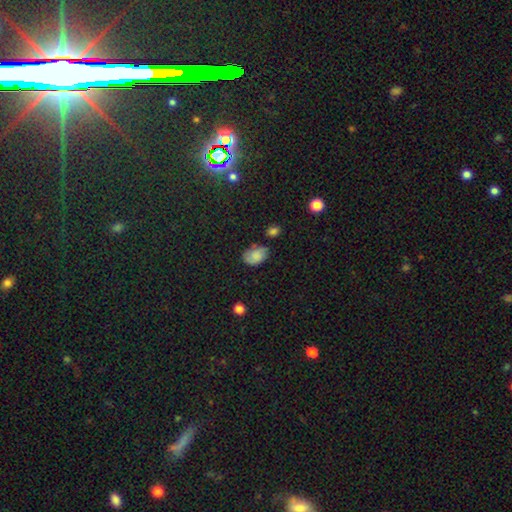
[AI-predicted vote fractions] smooth_or_featured: smooth (p=0.72) [alt: featured or disk p=0.17]
how_rounded: in between (p=0.83) [alt: round p=0.15]
merging: none (p=0.60) [alt: minor disturbance p=0.28]